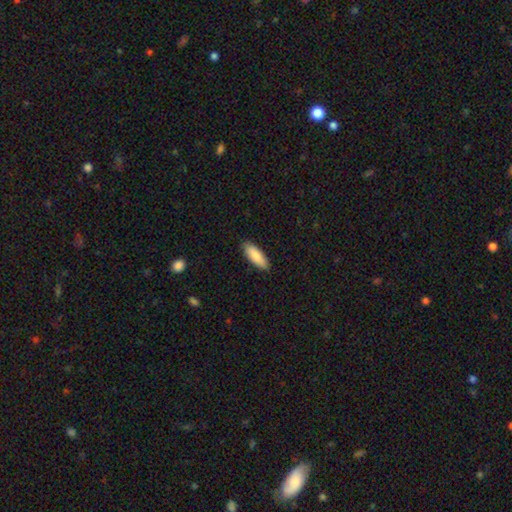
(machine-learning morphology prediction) A smooth galaxy with no disk features (87%) that is in between round and cigar-shaped (63%). Merging: none (88%).